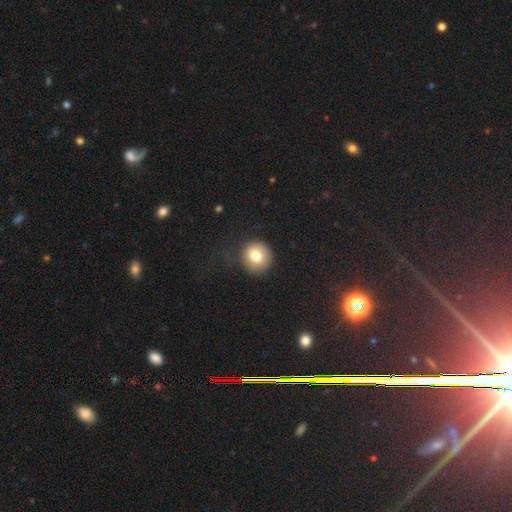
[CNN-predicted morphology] smooth 77%, featured or disk 13%, star or artifact 10%. Down the decision tree: how rounded — round (90%); merging — none (76%).